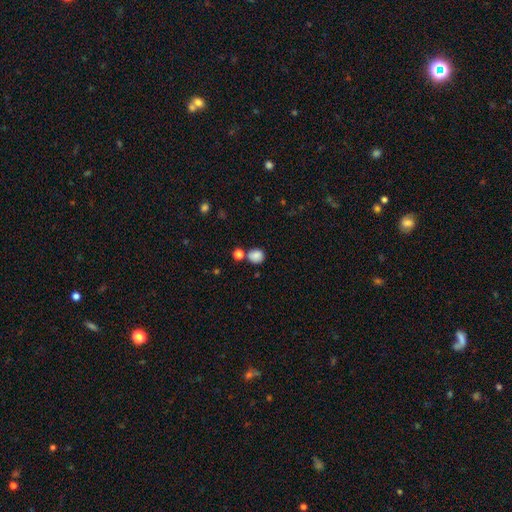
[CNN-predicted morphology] Smooth or featured? Predicted: smooth (p=0.84). How rounded? Predicted: round (p=0.78). Merging? Predicted: none (p=0.69).